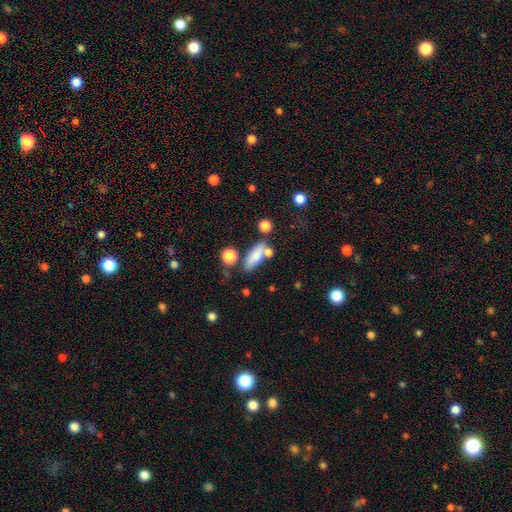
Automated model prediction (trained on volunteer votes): smooth_or_featured: smooth (p=0.74) [alt: featured or disk p=0.17]
how_rounded: in between (p=0.60) [alt: cigar-shaped p=0.35]
merging: none (p=0.60) [alt: minor disturbance p=0.17]